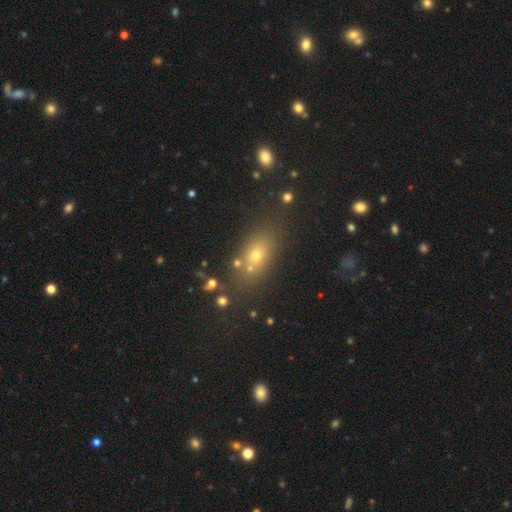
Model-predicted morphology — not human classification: smooth_or_featured: smooth (p=0.62) [alt: star or artifact p=0.21]
how_rounded: in between (p=0.66) [alt: round p=0.23]
merging: none (p=0.69) [alt: minor disturbance p=0.13]